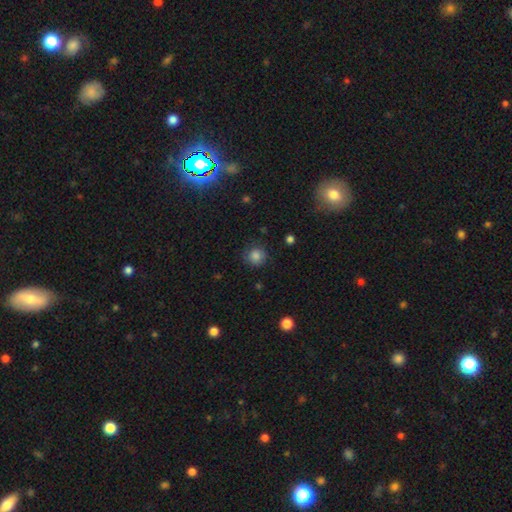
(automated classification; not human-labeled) Smooth or featured: smooth — 83% (star or artifact — 11%)
How rounded: round — 91% (in between — 8%)
Merging: none — 83% (minor disturbance — 12%)